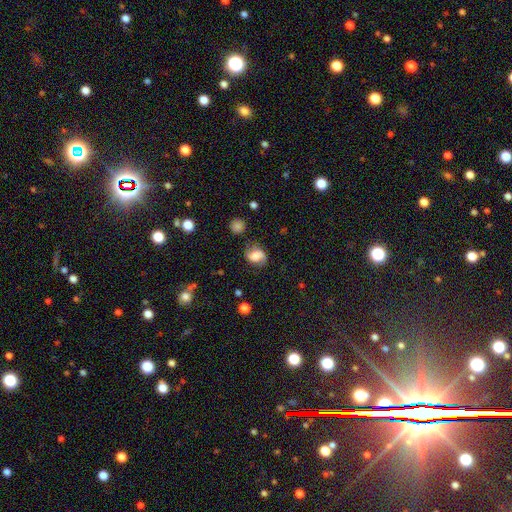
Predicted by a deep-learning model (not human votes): Morphology: type=smooth (48%); merging=none (69%).